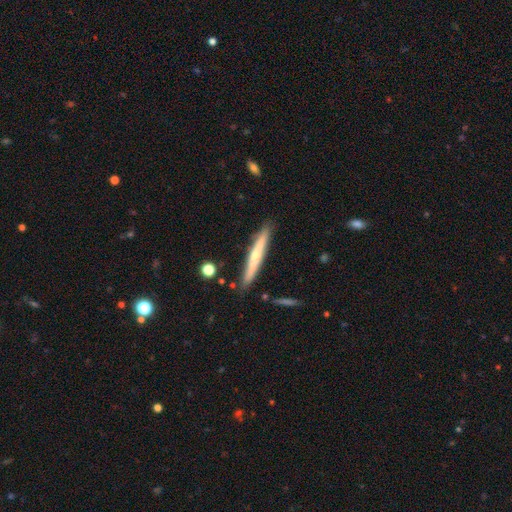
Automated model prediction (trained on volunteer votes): Smooth or featured: smooth — 48% (featured or disk — 46%)
Merging: none — 87% (minor disturbance — 9%)